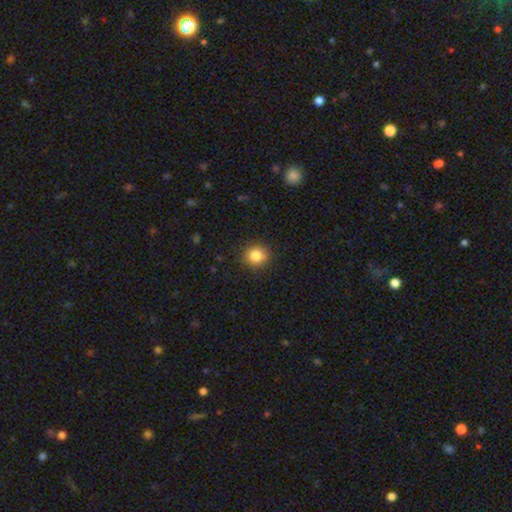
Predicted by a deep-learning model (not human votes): Smooth or featured: smooth — 83% (star or artifact — 11%)
How rounded: round — 88% (in between — 11%)
Merging: none — 89% (minor disturbance — 8%)